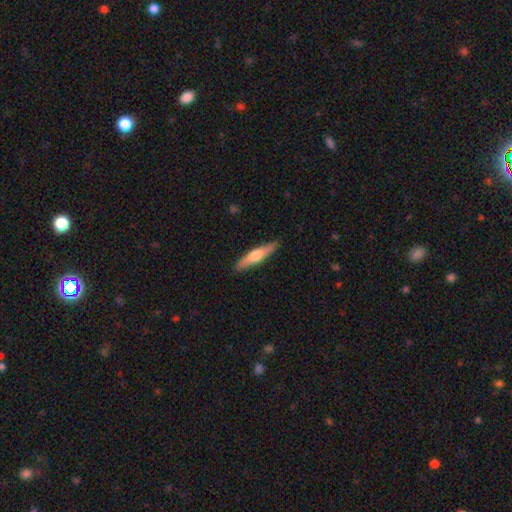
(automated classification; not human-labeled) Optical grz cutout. It shows a featured or disk galaxy (48%). Merging: none (89%).